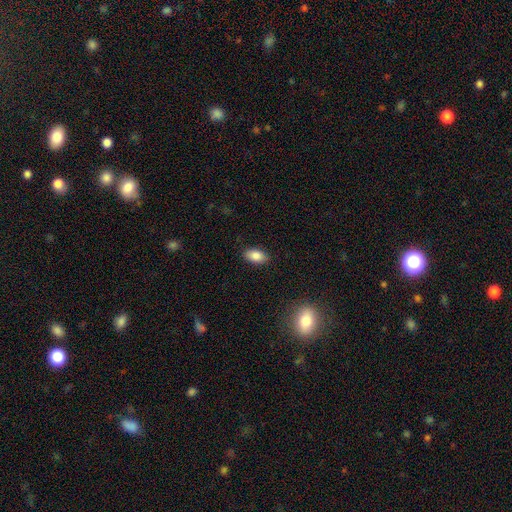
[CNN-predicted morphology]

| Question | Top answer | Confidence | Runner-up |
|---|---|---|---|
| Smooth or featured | smooth | 86% | star or artifact (8%) |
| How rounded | in between | 92% | round (6%) |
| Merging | none | 88% | minor disturbance (9%) |